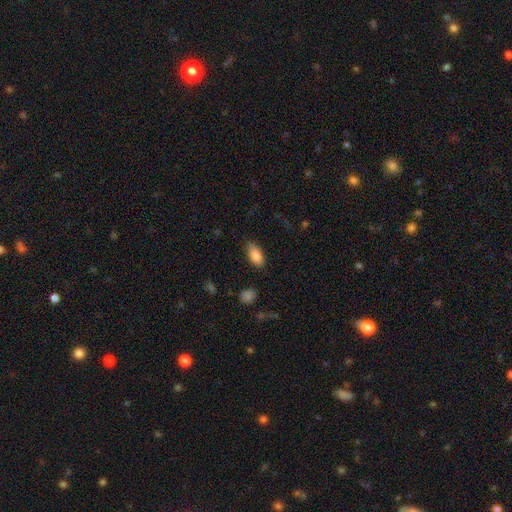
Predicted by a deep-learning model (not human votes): Smooth or featured: smooth — 85% (featured or disk — 8%)
How rounded: in between — 87% (cigar-shaped — 10%)
Merging: none — 83% (minor disturbance — 12%)